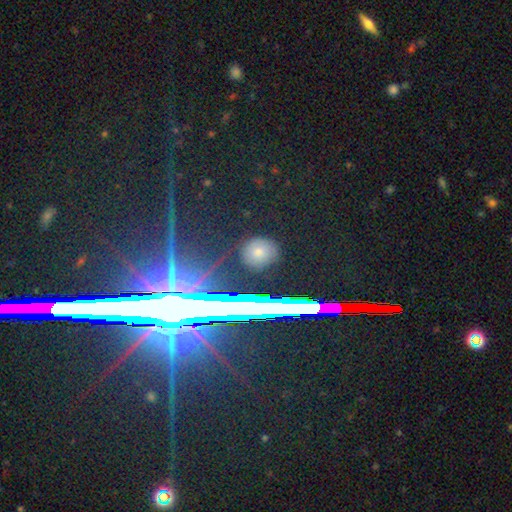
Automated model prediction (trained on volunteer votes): star or artifact 69%, featured or disk 17%, smooth 14%.